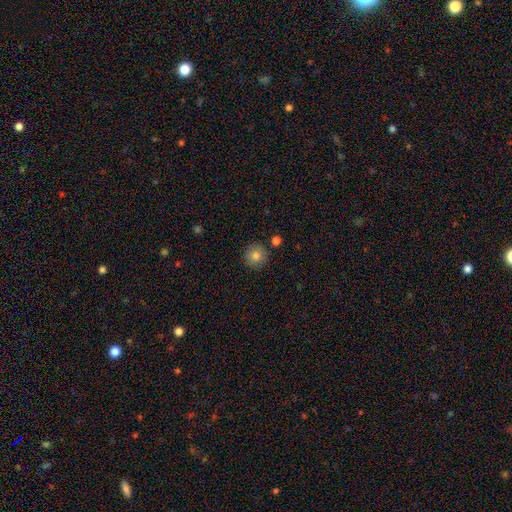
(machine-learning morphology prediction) type=smooth (83%); roundness=round (94%); merging=none (89%).